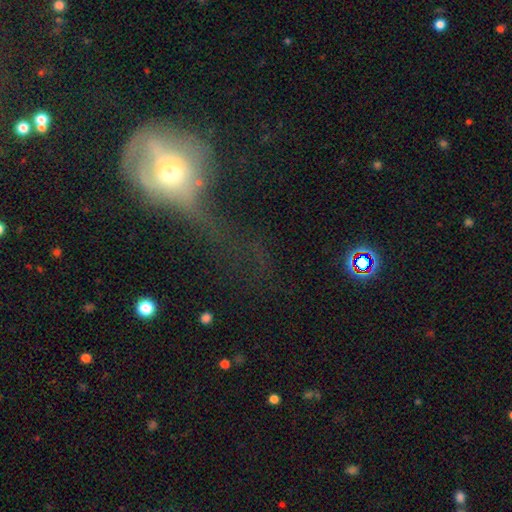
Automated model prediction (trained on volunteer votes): featured or disk 37%, smooth 36%, star or artifact 27%. Down the decision tree: merging — major disturbance (55%).